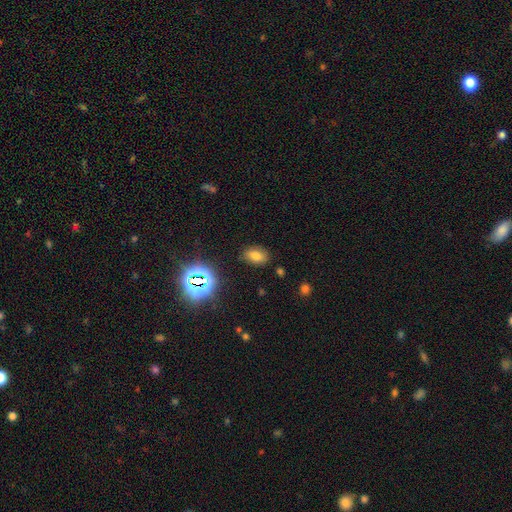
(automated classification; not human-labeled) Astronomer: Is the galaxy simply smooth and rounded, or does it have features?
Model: smooth — 70%.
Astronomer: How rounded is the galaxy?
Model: in between — 84%.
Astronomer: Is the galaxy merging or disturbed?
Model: none — 83%.